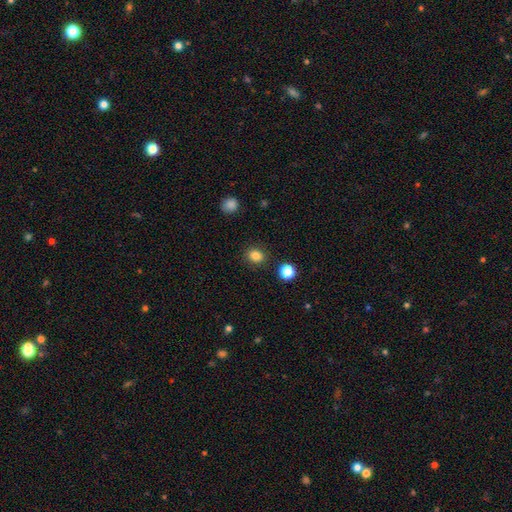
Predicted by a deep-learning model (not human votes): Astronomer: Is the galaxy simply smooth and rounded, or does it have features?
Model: smooth — 83%.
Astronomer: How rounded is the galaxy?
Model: round — 67%.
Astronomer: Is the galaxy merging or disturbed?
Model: none — 88%.